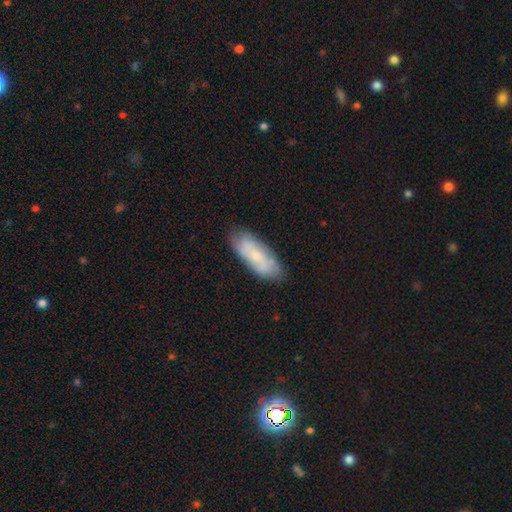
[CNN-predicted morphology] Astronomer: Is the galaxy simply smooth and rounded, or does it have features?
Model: smooth — 62%.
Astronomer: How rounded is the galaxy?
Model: in between — 70%.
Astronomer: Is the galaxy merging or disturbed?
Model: none — 76%.